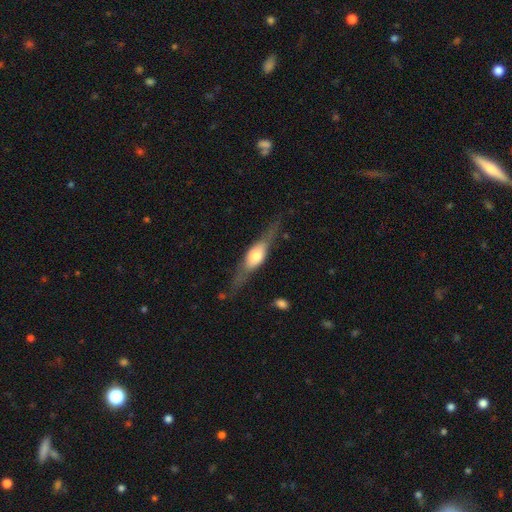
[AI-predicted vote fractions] Overall: featured or disk (66%; smooth 28%). Edge-on disk: yes (92%). Edge-on bulge: rounded (85%). Merging: none (74%).